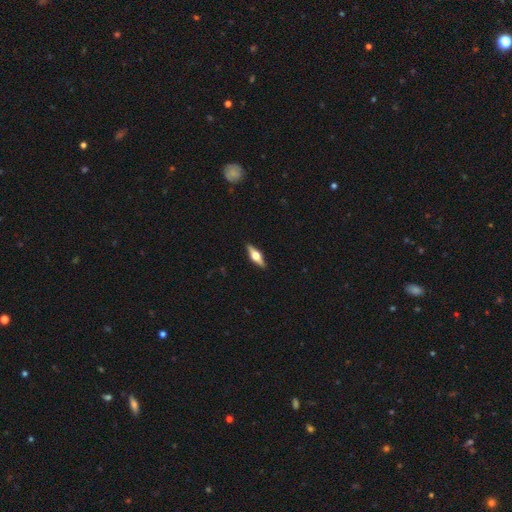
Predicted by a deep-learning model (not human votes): Smooth or featured: featured or disk — 66% (smooth — 28%)
Edge-on disk: yes — 95% (no — 5%)
Edge-on bulge: rounded — 95% (boxy — 3%)
Merging: none — 90% (minor disturbance — 7%)